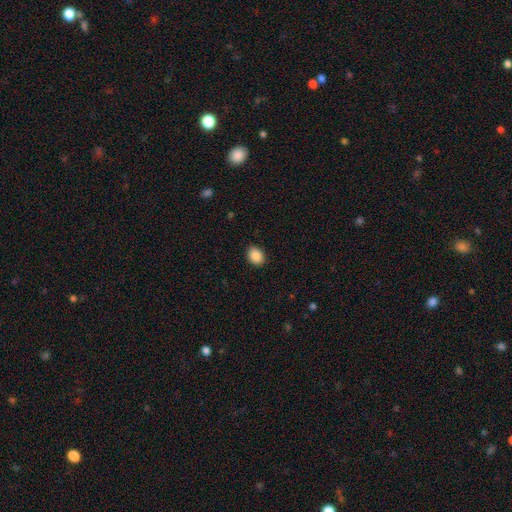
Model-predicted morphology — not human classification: smooth-or-featured: smooth: 89% | star or artifact: 8% | featured or disk: 3%
  how-rounded: in between: 68% | round: 31% | cigar-shaped: 1%
  merging: none: 88% | minor disturbance: 9% | major disturbance: 2% | merger: 1%